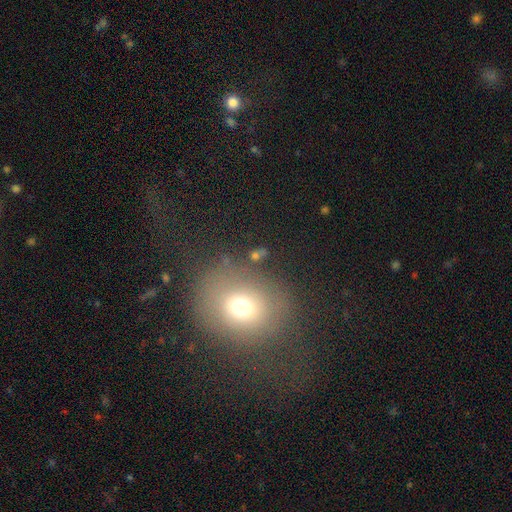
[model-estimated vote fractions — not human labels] smooth_or_featured: smooth (p=0.64) [alt: star or artifact p=0.20]
how_rounded: round (p=0.66) [alt: in between p=0.32]
merging: none (p=0.66) [alt: minor disturbance p=0.15]